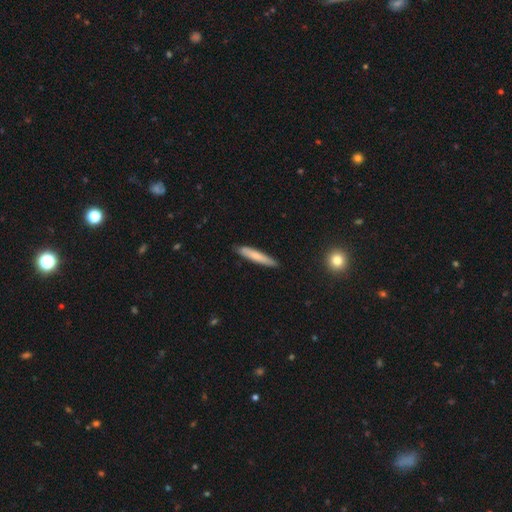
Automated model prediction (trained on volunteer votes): Smooth or featured? Predicted: smooth (p=0.73). How rounded? Predicted: cigar-shaped (p=0.92). Merging? Predicted: none (p=0.86).